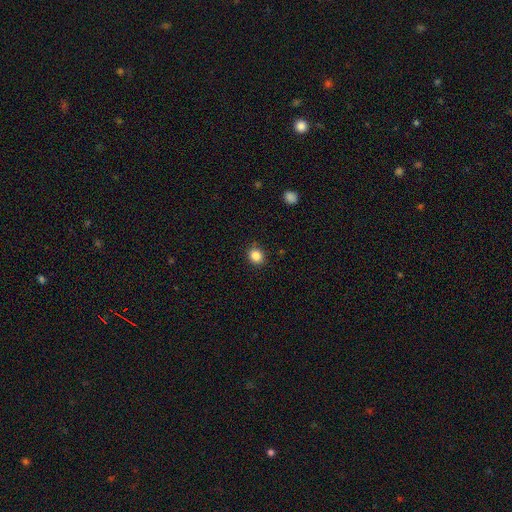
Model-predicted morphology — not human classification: Smooth or featured: smooth — 85% (star or artifact — 11%)
How rounded: round — 74% (in between — 25%)
Merging: none — 88% (minor disturbance — 9%)